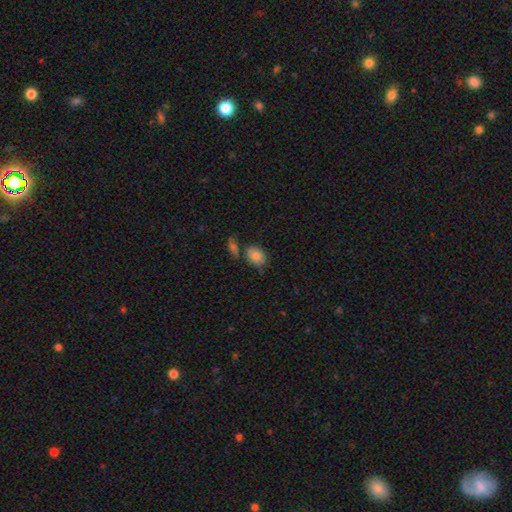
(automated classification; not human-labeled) Q: Smooth or featured?
A: smooth (83%); runner-up: featured or disk (9%)
Q: How rounded?
A: in between (73%); runner-up: round (26%)
Q: Merging?
A: none (60%); runner-up: minor disturbance (21%)